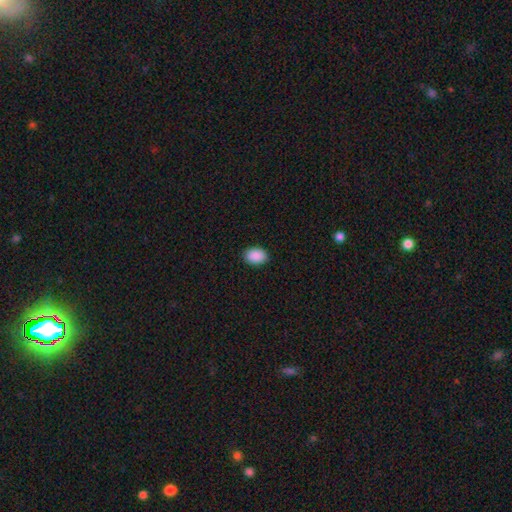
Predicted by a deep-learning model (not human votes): Smooth or featured: smooth — 91% (star or artifact — 7%)
How rounded: in between — 81% (round — 18%)
Merging: none — 90% (minor disturbance — 8%)